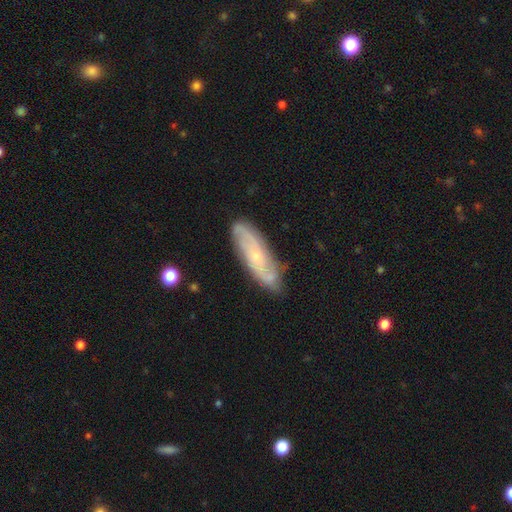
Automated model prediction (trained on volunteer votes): Smooth or featured? featured or disk (66%)
Edge-on disk? no (79%)
Bar? no (69%)
Spiral arms? yes (85%)
Bulge size? small (78%)
Merging? none (77%)